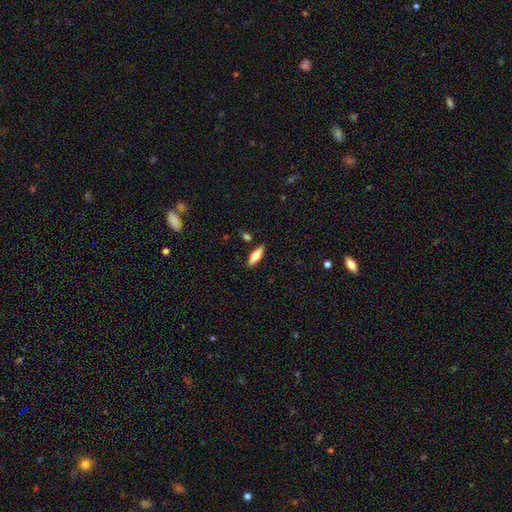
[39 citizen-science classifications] Smooth or featured?
  - featured or disk: 69% *
  - smooth: 28%
  - star or artifact: 3%
Edge-on disk?
  - yes: 96% *
  - no: 4%
Edge-on bulge?
  - rounded: 88% *
  - boxy: 12%
  - none: 0%
Merging?
  - none: 82% *
  - minor disturbance: 16%
  - merger: 3%
  - major disturbance: 0%